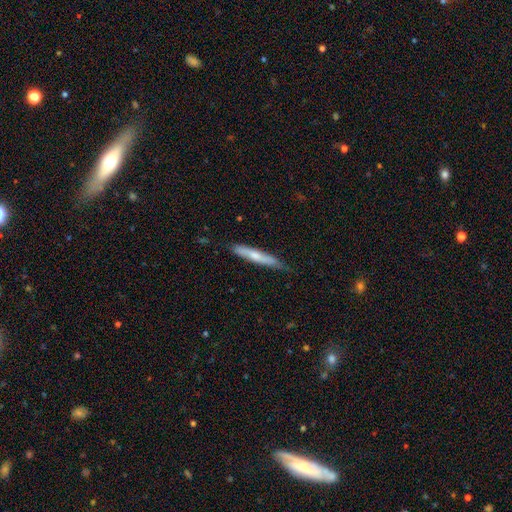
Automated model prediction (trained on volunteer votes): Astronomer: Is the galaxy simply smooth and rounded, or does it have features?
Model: smooth — 55% (runner-up: featured or disk, 39%).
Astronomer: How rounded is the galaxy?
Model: cigar-shaped — 93%.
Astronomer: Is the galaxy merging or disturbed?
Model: none — 76%.